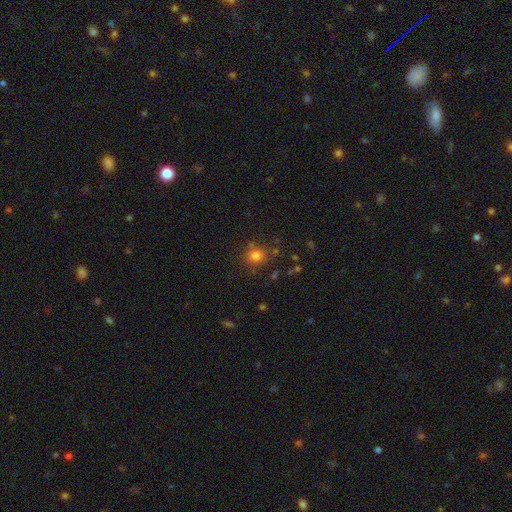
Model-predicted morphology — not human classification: Smooth or featured: smooth — 77% (star or artifact — 16%)
How rounded: round — 83% (in between — 16%)
Merging: none — 77% (minor disturbance — 13%)